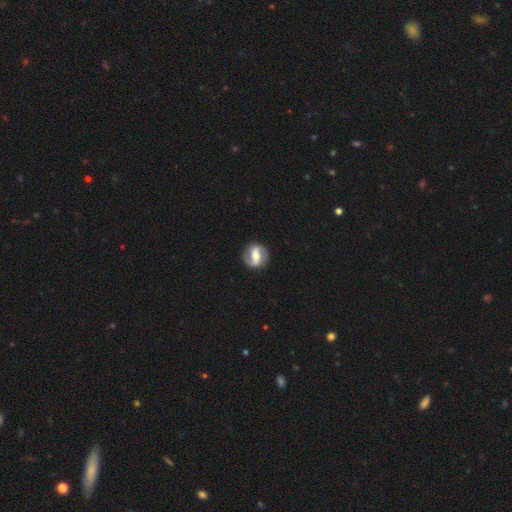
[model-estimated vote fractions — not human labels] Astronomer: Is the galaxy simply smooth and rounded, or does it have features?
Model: featured or disk — 73%.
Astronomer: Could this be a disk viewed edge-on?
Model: no — 93%.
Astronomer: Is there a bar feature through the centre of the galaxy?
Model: strong — 62%.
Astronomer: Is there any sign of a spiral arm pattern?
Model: yes — 75%.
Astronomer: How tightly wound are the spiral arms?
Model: medium — 40% (runner-up: tight, 30%).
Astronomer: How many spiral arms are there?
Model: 2 — 88%.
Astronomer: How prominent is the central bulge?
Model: moderate — 61%.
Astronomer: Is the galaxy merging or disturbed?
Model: none — 86%.